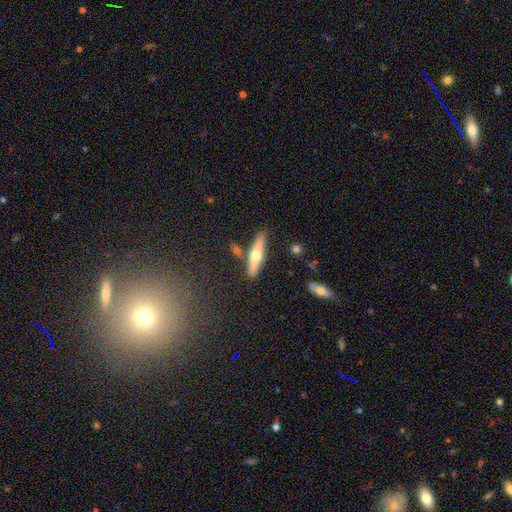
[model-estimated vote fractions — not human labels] Overall: smooth (47%; featured or disk 46%). Merging: none (79%).